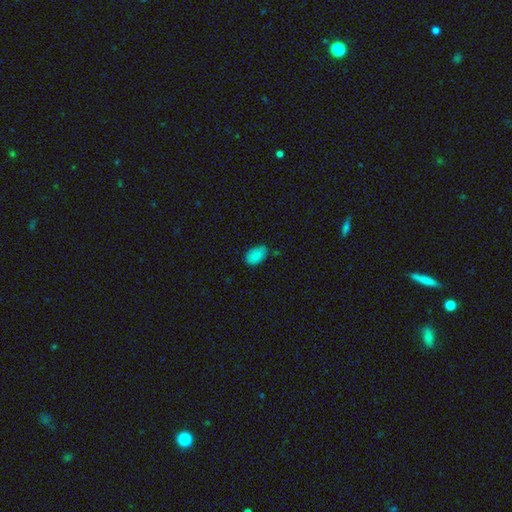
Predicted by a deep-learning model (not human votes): Smooth or featured?
  - smooth: 86% *
  - star or artifact: 10%
  - featured or disk: 4%
How rounded?
  - in between: 91% *
  - round: 7%
  - cigar-shaped: 2%
Merging?
  - none: 71% *
  - minor disturbance: 23%
  - major disturbance: 4%
  - merger: 2%